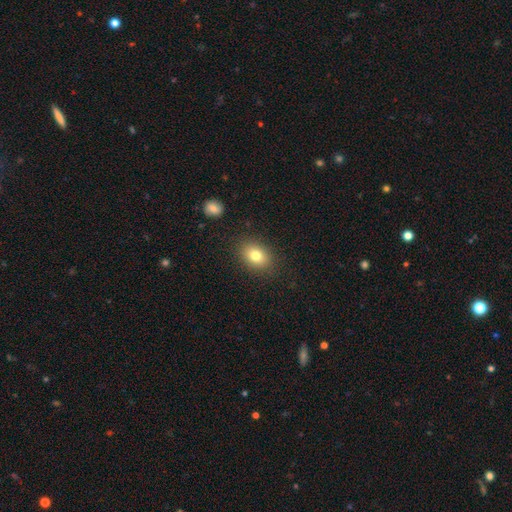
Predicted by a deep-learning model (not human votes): Smooth or featured? smooth (79%)
How rounded? in between (66%)
Merging? none (86%)